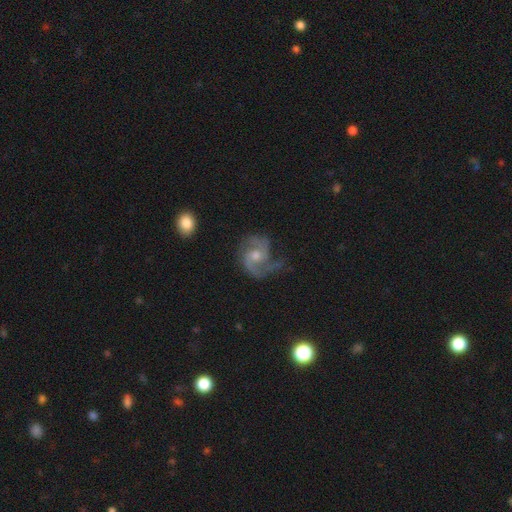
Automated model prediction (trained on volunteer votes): A featured or disk galaxy (88%) with no bar (58%), 2 (73%) medium (56%) spiral arms (98%) and a moderate central bulge (57%).

Vote fractions:
- Smooth or featured? featured or disk: 88% / star or artifact: 6% / smooth: 6%
- Edge-on disk? no: 98% / yes: 2%
- Bar? no: 58% / weak: 35% / strong: 6%
- Spiral arms? yes: 98% / no: 2%
- Spiral winding? medium: 56% / loose: 23% / tight: 21%
- Spiral arm count? 2: 73% / 3: 13% / can't tell: 5% / 1: 4% / 4: 2% / more than 4: 2%
- Bulge size? moderate: 57% / small: 37% / large: 3% / none: 3% / dominant: 1%
- Merging? none: 64% / minor disturbance: 21% / major disturbance: 13% / merger: 2%